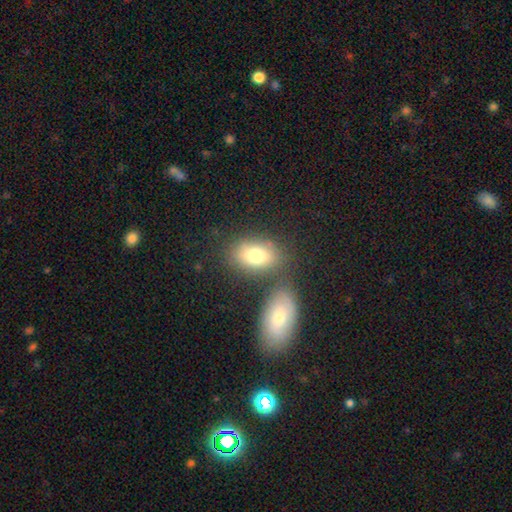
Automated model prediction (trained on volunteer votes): A smooth galaxy with no disk features (76%) that is in between round and cigar-shaped (82%).

Vote fractions:
- Smooth or featured? smooth: 76% / featured or disk: 15% / star or artifact: 9%
- How rounded? in between: 82% / round: 17% / cigar-shaped: 2%
- Merging? none: 64% / merger: 19% / minor disturbance: 13% / major disturbance: 5%